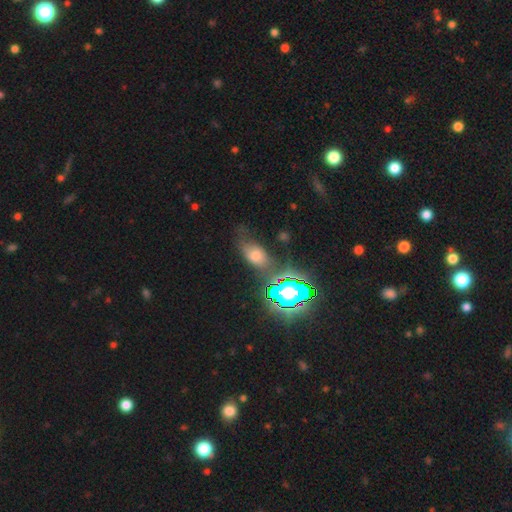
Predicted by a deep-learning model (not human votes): This appears to be a smooth galaxy with no disk features (48%). Merging: none (48%).